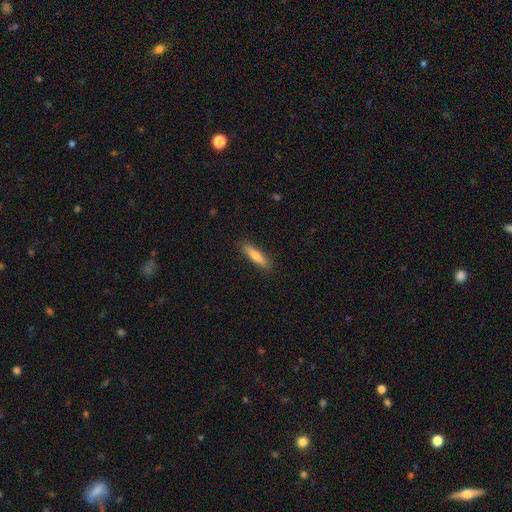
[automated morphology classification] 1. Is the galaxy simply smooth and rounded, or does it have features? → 68% smooth, 26% featured or disk, 6% star or artifact.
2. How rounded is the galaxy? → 81% cigar-shaped, 17% in between, 2% round.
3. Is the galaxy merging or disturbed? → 89% none, 8% minor disturbance, 2% major disturbance, 1% merger.